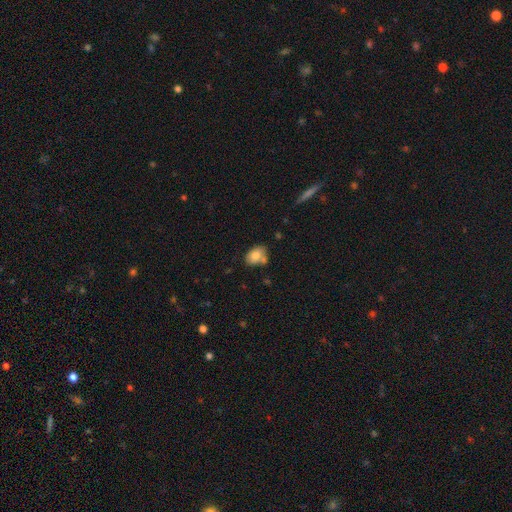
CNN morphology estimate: type=smooth (79%); roundness=in between (75%); merging=none (57%).